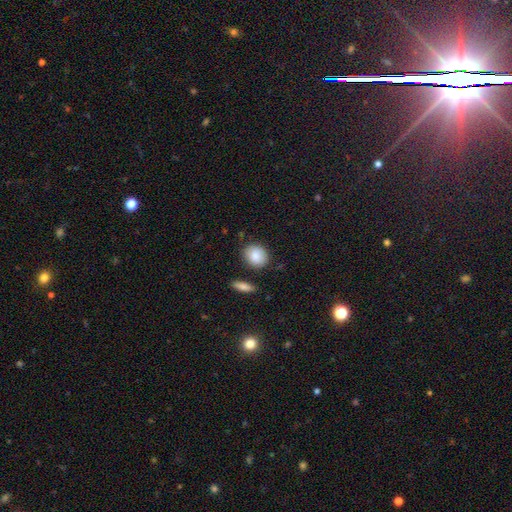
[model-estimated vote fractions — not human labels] A smooth galaxy with no disk features (87%) that is round (61%). Merging: none (80%).